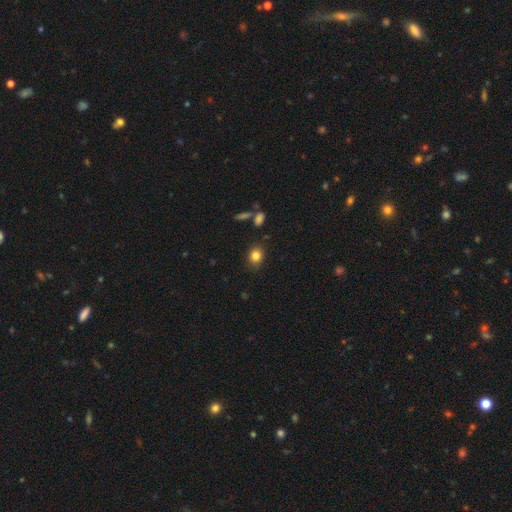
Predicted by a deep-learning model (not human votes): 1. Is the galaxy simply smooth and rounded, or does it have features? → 83% smooth, 11% star or artifact, 6% featured or disk.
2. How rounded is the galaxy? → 62% round, 37% in between, 1% cigar-shaped.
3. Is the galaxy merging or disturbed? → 84% none, 11% minor disturbance, 3% merger, 3% major disturbance.